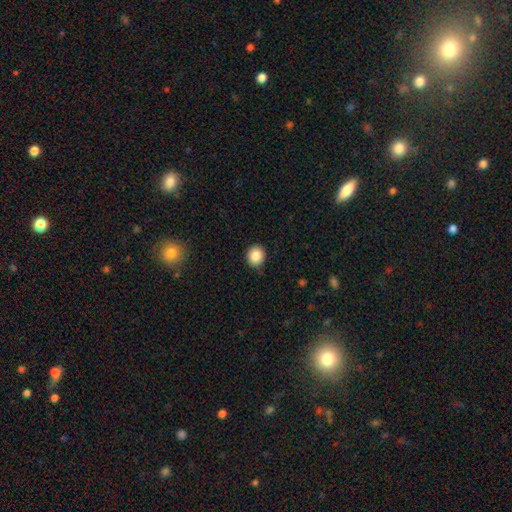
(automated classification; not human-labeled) This appears to be a smooth galaxy with no disk features (86%) that is round (82%). Merging: none (87%).